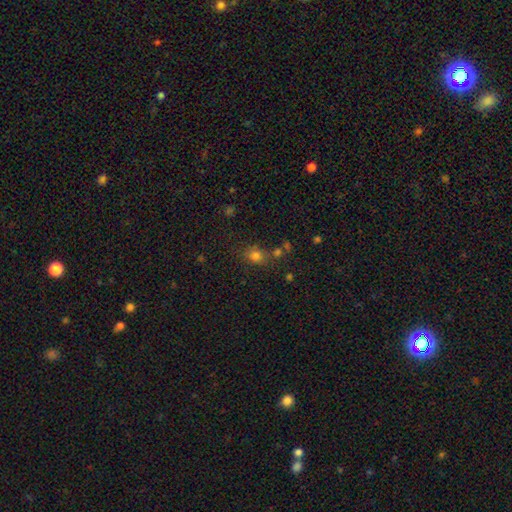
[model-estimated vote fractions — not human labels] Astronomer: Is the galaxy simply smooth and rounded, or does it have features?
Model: smooth — 76%.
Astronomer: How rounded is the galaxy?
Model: round — 57% (runner-up: in between, 42%).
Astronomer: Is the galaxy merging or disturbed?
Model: none — 67%.